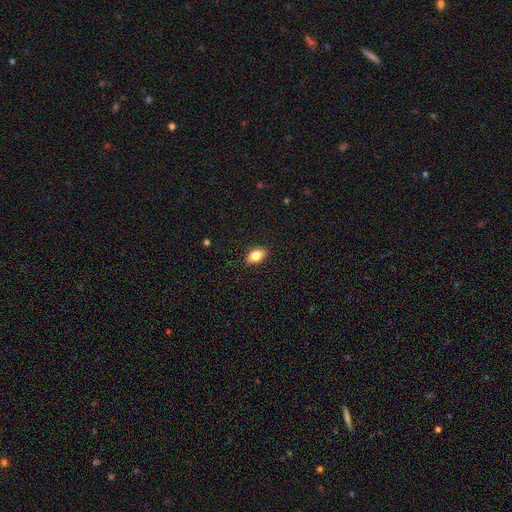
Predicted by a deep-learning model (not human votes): Smooth or featured: smooth — 81% (featured or disk — 11%)
How rounded: in between — 88% (round — 10%)
Merging: none — 89% (minor disturbance — 8%)